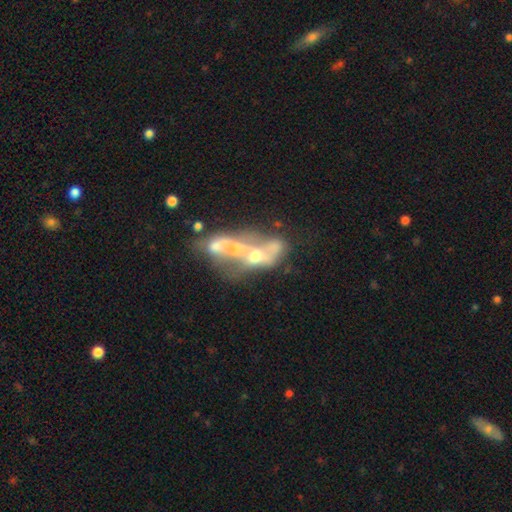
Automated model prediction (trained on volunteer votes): Q: Smooth or featured?
A: featured or disk (58%); runner-up: smooth (27%)
Q: Edge-on disk?
A: no (92%); runner-up: yes (8%)
Q: Bar?
A: no (84%); runner-up: weak (11%)
Q: Spiral arms?
A: no (87%); runner-up: yes (13%)
Q: Bulge size?
A: moderate (45%); runner-up: none (23%)
Q: Merging?
A: merger (65%); runner-up: major disturbance (19%)